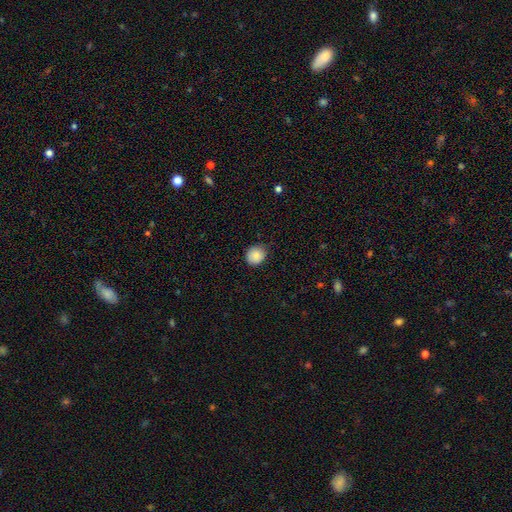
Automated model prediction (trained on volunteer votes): smooth-or-featured: smooth: 84% | star or artifact: 9% | featured or disk: 7%
  how-rounded: round: 81% | in between: 19% | cigar-shaped: 1%
  merging: none: 78% | minor disturbance: 18% | major disturbance: 3% | merger: 1%